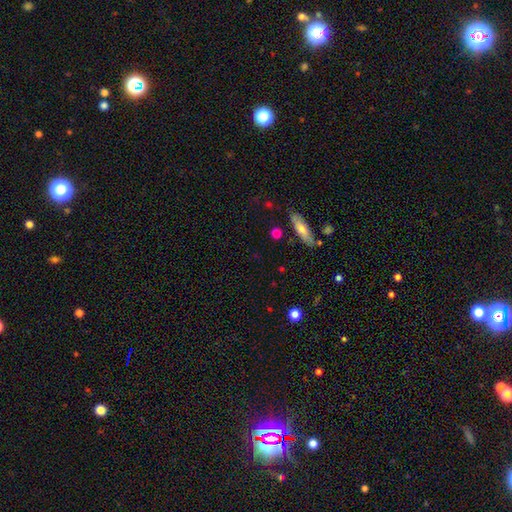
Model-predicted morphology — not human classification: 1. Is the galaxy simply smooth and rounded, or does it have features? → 66% smooth, 23% star or artifact, 11% featured or disk.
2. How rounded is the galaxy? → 60% round, 24% in between, 16% cigar-shaped.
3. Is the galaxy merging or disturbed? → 83% none, 10% minor disturbance, 5% merger, 3% major disturbance.